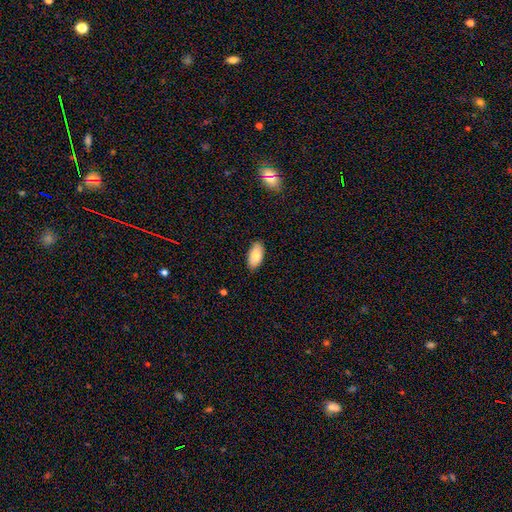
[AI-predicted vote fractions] Morphology: type=smooth (83%); roundness=in between (94%); merging=none (86%).